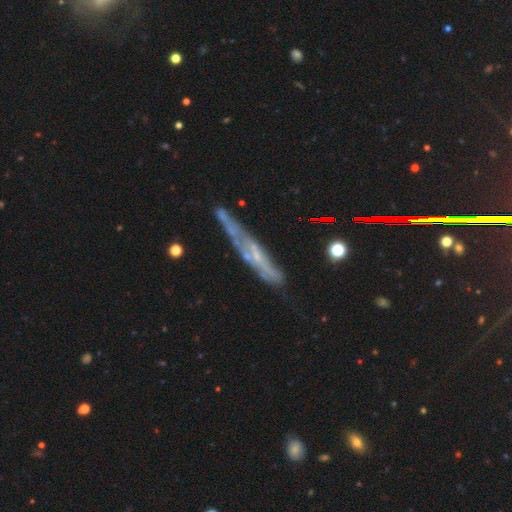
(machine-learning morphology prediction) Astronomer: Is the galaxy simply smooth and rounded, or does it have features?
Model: featured or disk — 63%.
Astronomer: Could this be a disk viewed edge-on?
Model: yes — 66%.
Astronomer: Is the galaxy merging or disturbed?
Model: none — 51% (runner-up: minor disturbance, 27%).